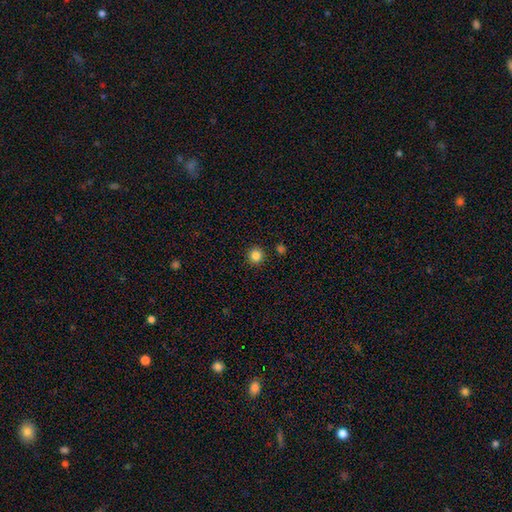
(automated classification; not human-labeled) This is clearly a smooth galaxy (85%). How rounded: clearly round (95%). Merging: clearly none (91%).